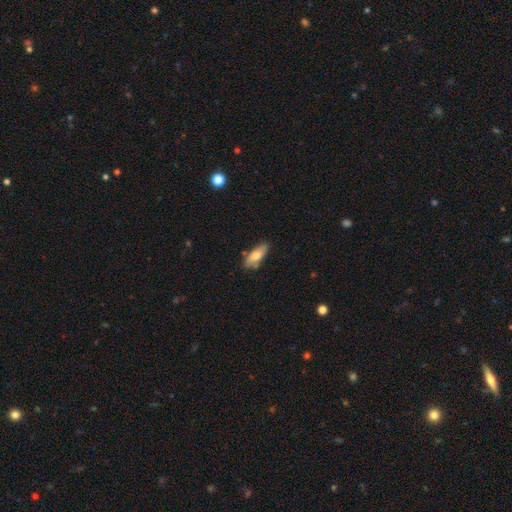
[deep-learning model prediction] Morphology: type=smooth (73%); roundness=in between (71%); merging=none (75%).